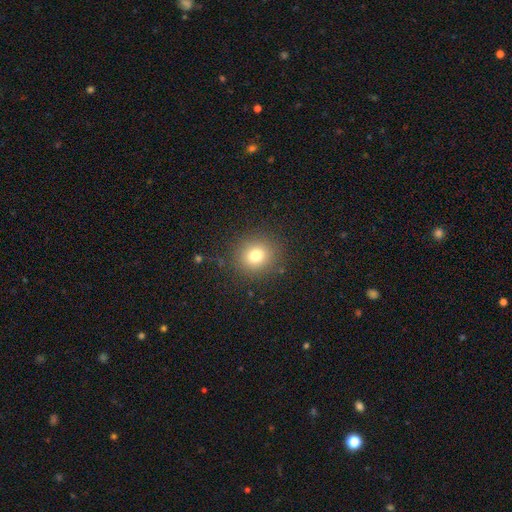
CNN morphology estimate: This appears to be a smooth galaxy with no disk features (77%) that is round (85%). Merging: none (88%).